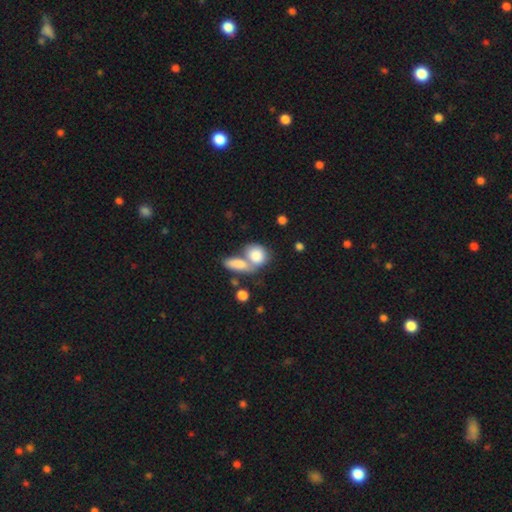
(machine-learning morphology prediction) Smooth or featured?
  - smooth: 82% *
  - featured or disk: 11%
  - star or artifact: 7%
How rounded?
  - in between: 56% *
  - round: 41%
  - cigar-shaped: 3%
Merging?
  - merger: 60% *
  - none: 26%
  - minor disturbance: 9%
  - major disturbance: 5%